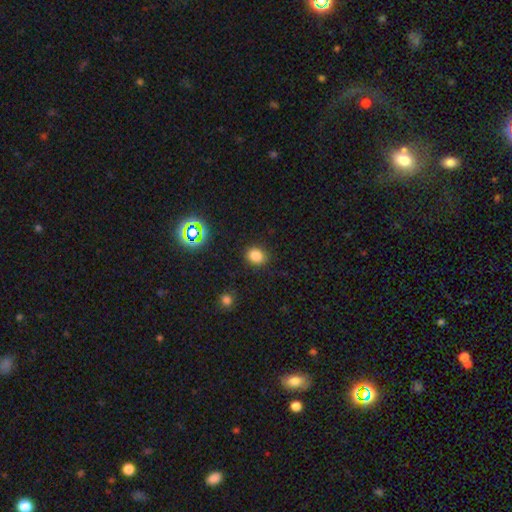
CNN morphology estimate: The model was most divided on "how rounded": round: 66%, in between: 33%, cigar-shaped: 1%. More confident: merging — none (88%); smooth or featured — smooth (79%).